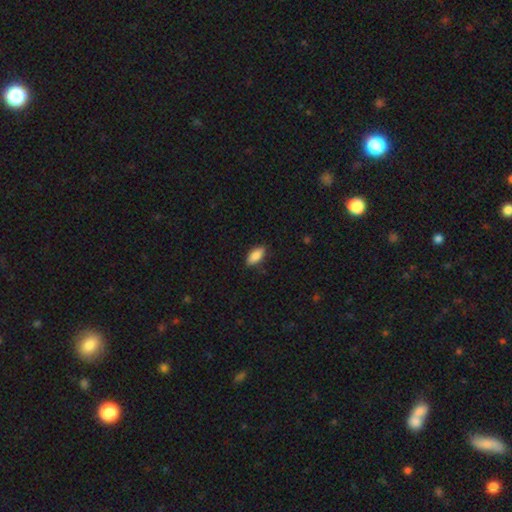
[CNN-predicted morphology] smooth_or_featured: smooth (p=0.86) [alt: featured or disk p=0.08]
how_rounded: in between (p=0.86) [alt: cigar-shaped p=0.12]
merging: none (p=0.84) [alt: minor disturbance p=0.12]